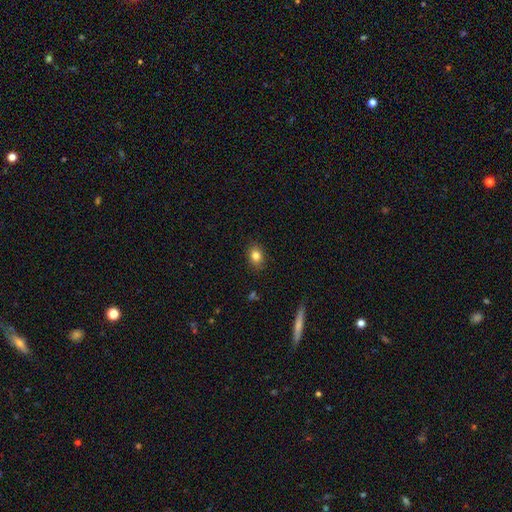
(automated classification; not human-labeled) A smooth galaxy with no disk features (83%) that is in between round and cigar-shaped (61%).

Vote fractions:
- Smooth or featured? smooth: 83% / star or artifact: 10% / featured or disk: 7%
- How rounded? in between: 61% / round: 38% / cigar-shaped: 1%
- Merging? none: 87% / minor disturbance: 10% / major disturbance: 2% / merger: 1%